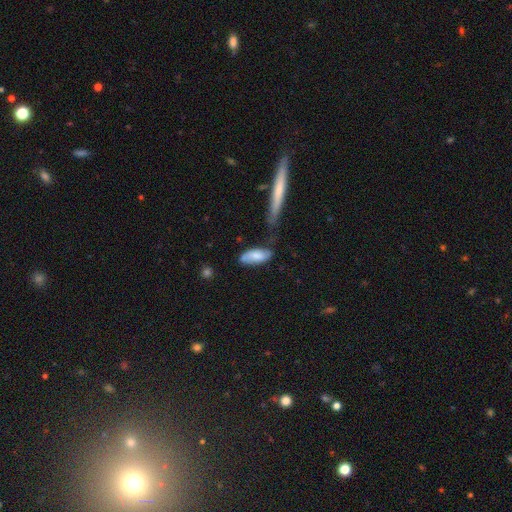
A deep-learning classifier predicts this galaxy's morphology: Smooth or featured? smooth (71%)
How rounded? in between (80%)
Merging? none (54%)